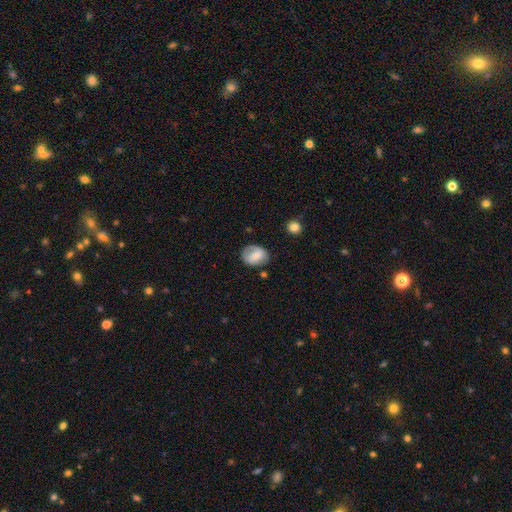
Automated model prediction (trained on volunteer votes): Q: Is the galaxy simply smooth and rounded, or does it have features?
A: smooth — 62%.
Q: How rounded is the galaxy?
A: in between — 55%.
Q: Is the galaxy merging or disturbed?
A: none — 66%.